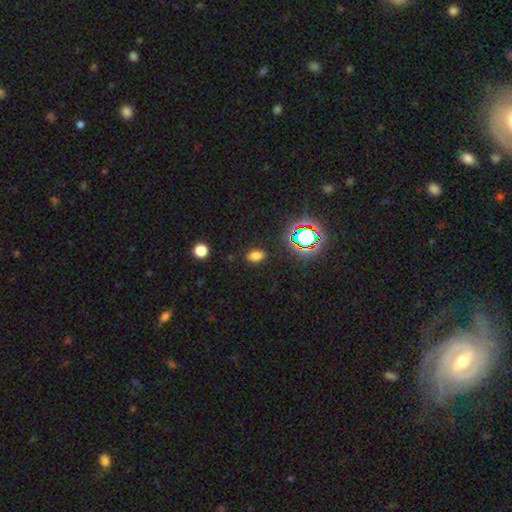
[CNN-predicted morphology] Overall: smooth (73%). How rounded: in between (84%). Merging: none (86%).